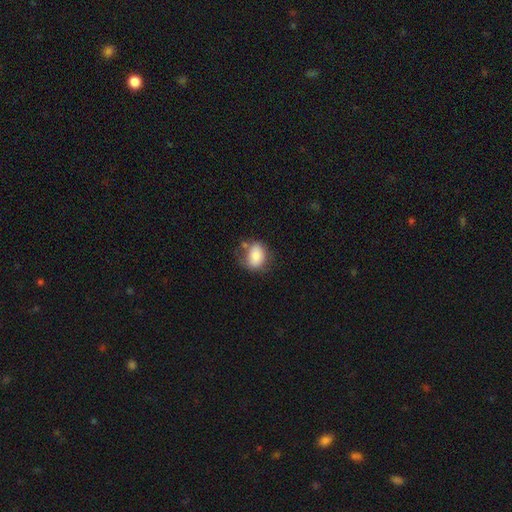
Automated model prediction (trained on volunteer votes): Q: Smooth or featured?
A: smooth (78%); runner-up: featured or disk (14%)
Q: How rounded?
A: in between (68%); runner-up: round (31%)
Q: Merging?
A: none (50%); runner-up: minor disturbance (28%)